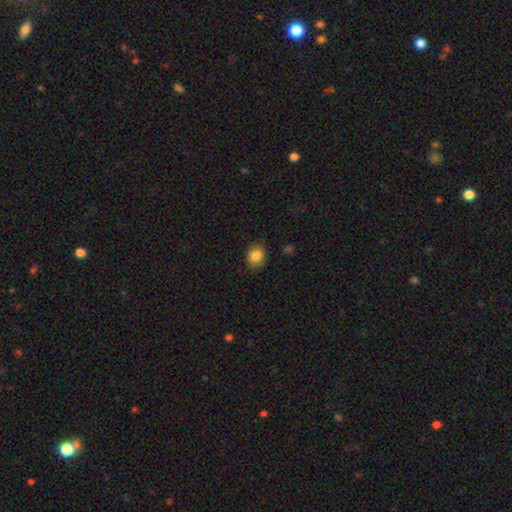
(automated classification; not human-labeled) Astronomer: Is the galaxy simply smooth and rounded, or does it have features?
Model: smooth — 83%.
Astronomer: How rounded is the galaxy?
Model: in between — 50% (runner-up: round, 49%).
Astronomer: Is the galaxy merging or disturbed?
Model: none — 82%.